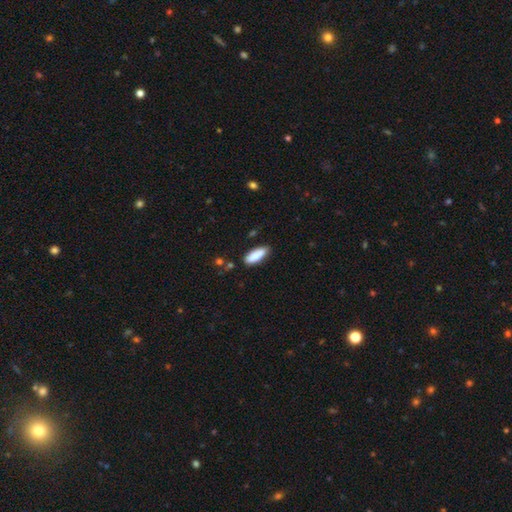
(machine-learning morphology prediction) smooth-or-featured: smooth: 83% | featured or disk: 11% | star or artifact: 6%
  how-rounded: in between: 62% | cigar-shaped: 36% | round: 2%
  merging: none: 81% | minor disturbance: 14% | merger: 3% | major disturbance: 2%